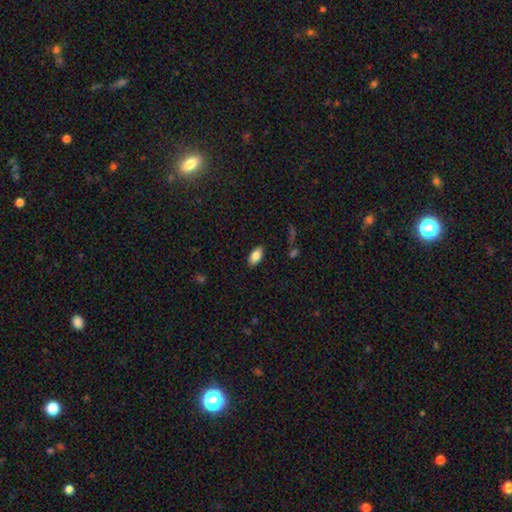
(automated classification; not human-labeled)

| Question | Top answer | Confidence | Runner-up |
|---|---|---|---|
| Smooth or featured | smooth | 85% | featured or disk (8%) |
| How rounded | in between | 93% | cigar-shaped (4%) |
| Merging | none | 87% | minor disturbance (9%) |